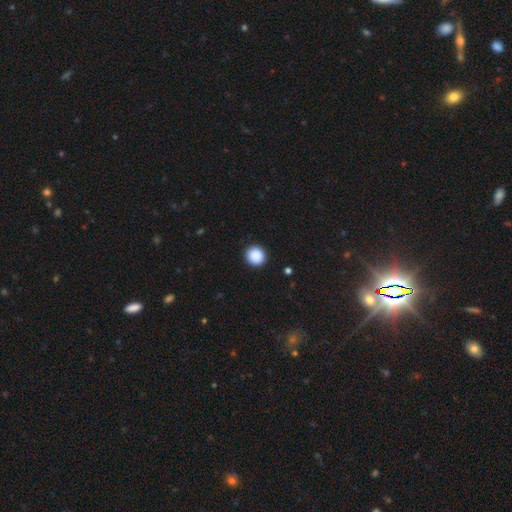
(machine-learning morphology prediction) Smooth or featured?
  - smooth: 90% *
  - star or artifact: 8%
  - featured or disk: 2%
How rounded?
  - round: 93% *
  - in between: 6%
  - cigar-shaped: 1%
Merging?
  - none: 92% *
  - minor disturbance: 5%
  - major disturbance: 2%
  - merger: 1%